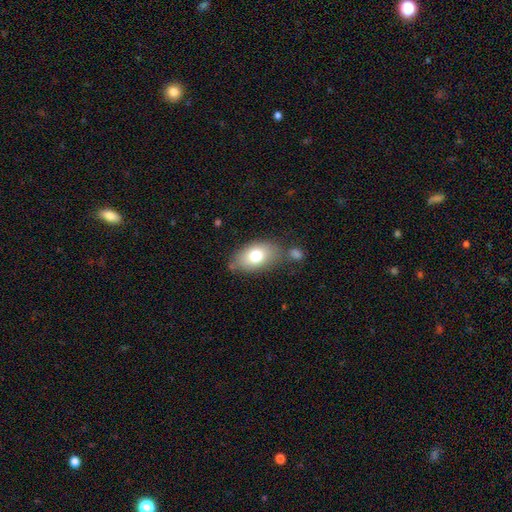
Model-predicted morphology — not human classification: This is likely a smooth galaxy (74%). How rounded: clearly in between (89%). Merging: likely none (67%).